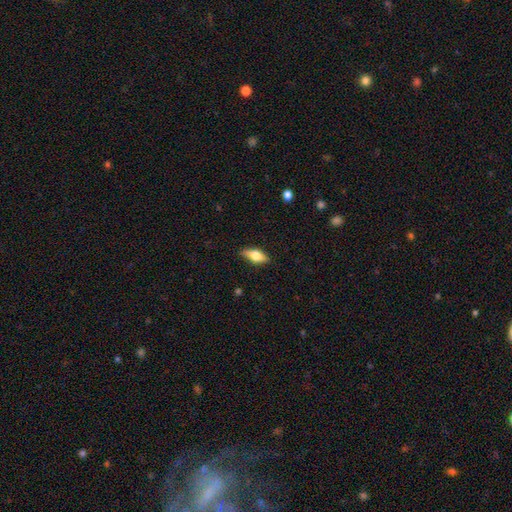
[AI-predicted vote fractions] This appears to be a smooth galaxy with no disk features (61%) that is in between round and cigar-shaped (74%). Merging: none (84%).